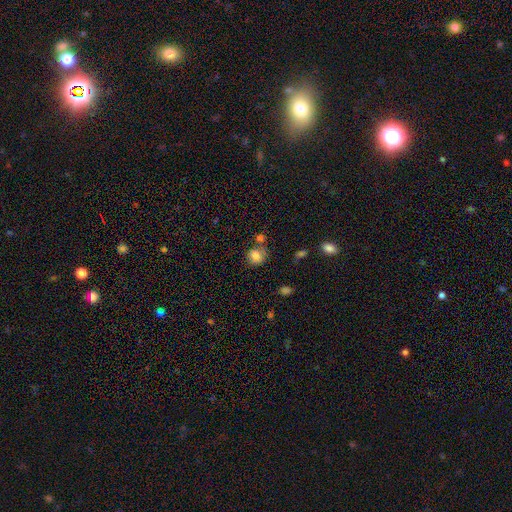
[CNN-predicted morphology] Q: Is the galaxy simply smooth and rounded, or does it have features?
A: smooth — 80%.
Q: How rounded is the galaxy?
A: round — 74%.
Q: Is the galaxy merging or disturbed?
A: none — 61%.